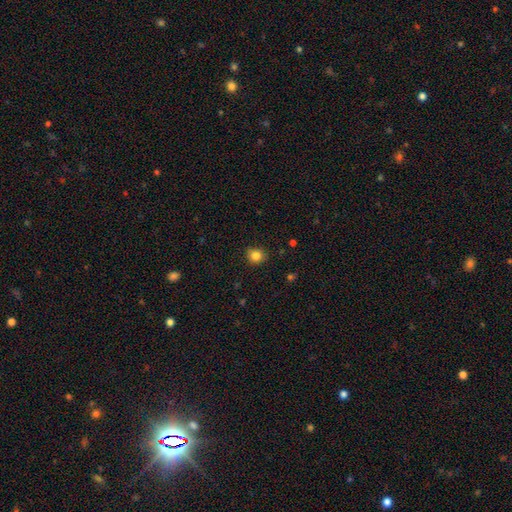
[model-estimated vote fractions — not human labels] Q: Smooth or featured?
A: smooth (83%); runner-up: star or artifact (12%)
Q: How rounded?
A: round (81%); runner-up: in between (19%)
Q: Merging?
A: none (86%); runner-up: minor disturbance (11%)